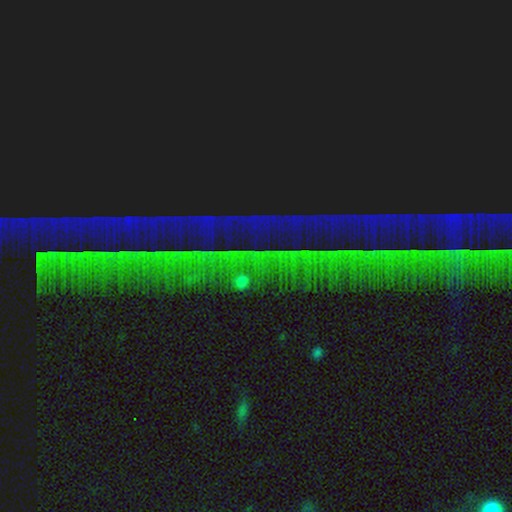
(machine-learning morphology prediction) Overall: star or artifact (87%).